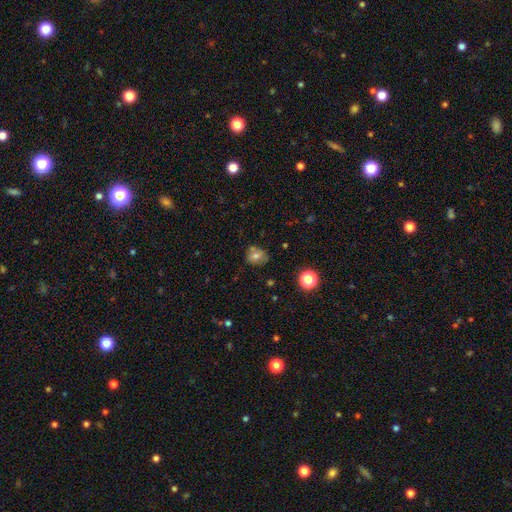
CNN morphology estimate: A smooth galaxy with no disk features (69%) that is round (63%). Merging: none (64%).